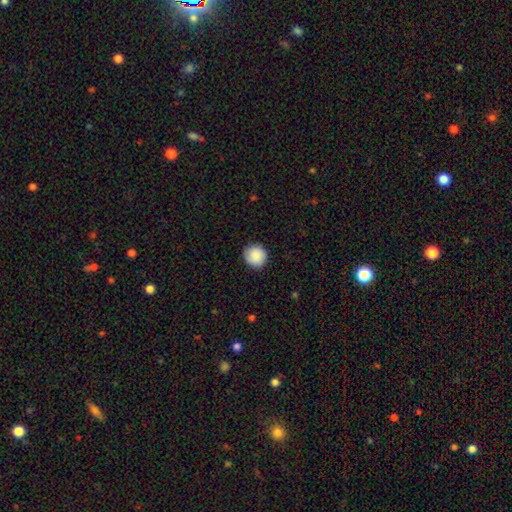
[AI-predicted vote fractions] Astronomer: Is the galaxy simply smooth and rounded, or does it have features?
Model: smooth — 90%.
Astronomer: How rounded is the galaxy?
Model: round — 96%.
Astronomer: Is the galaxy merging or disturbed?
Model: none — 92%.